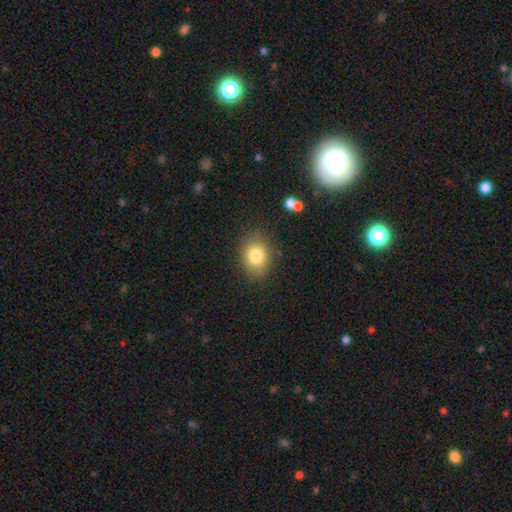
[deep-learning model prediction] The model was most divided on "how rounded": in between: 54%, round: 45%, cigar-shaped: 1%. More confident: merging — none (81%); smooth or featured — smooth (81%).